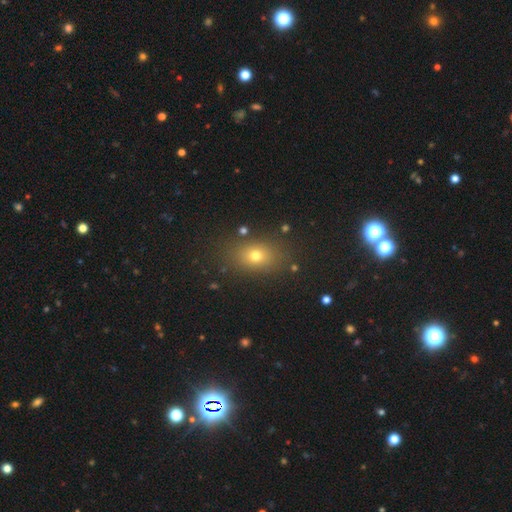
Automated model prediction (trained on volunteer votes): Morphology: type=smooth (69%); roundness=in between (61%); merging=none (83%).